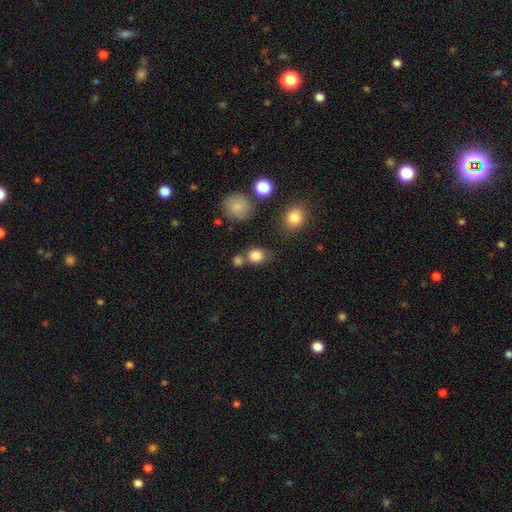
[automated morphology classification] This is clearly a smooth galaxy (83%). How rounded: likely round (61%). Merging: likely none (62%).